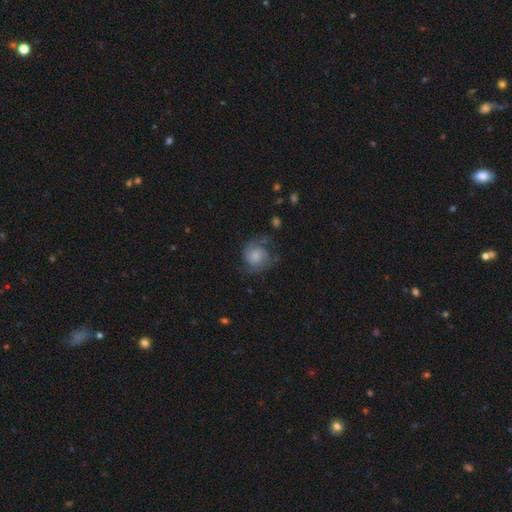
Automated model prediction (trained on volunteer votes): Q: Smooth or featured?
A: featured or disk (55%); runner-up: smooth (37%)
Q: Edge-on disk?
A: no (98%); runner-up: yes (2%)
Q: Bar?
A: no (75%); runner-up: weak (22%)
Q: Spiral arms?
A: yes (88%); runner-up: no (12%)
Q: Bulge size?
A: small (34%); runner-up: moderate (27%)
Q: Merging?
A: none (55%); runner-up: minor disturbance (23%)